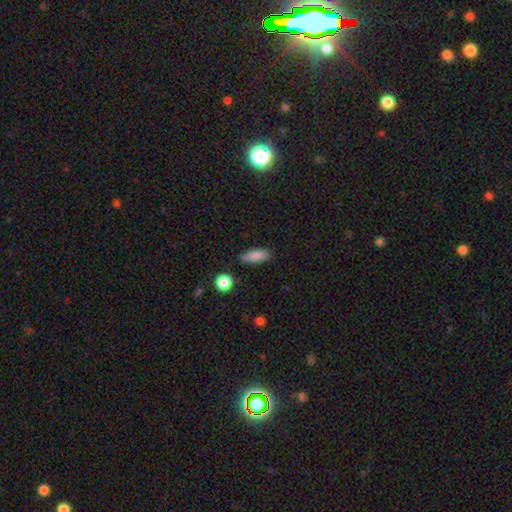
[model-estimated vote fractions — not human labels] smooth-or-featured: smooth: 86% | star or artifact: 8% | featured or disk: 6%
  how-rounded: in between: 74% | cigar-shaped: 23% | round: 3%
  merging: none: 82% | minor disturbance: 13% | major disturbance: 3% | merger: 2%